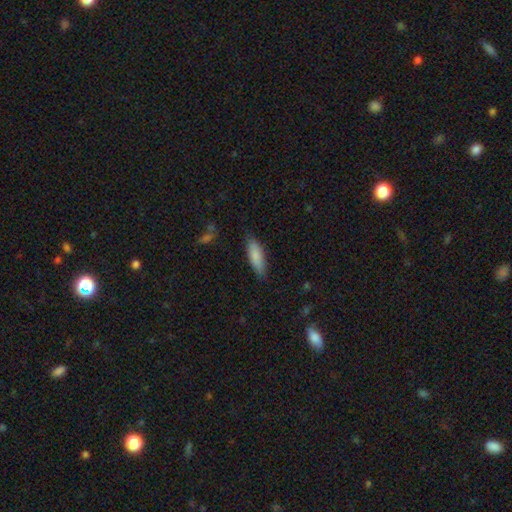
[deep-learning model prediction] Smooth or featured? smooth (85%)
How rounded? in between (52%)
Merging? none (80%)